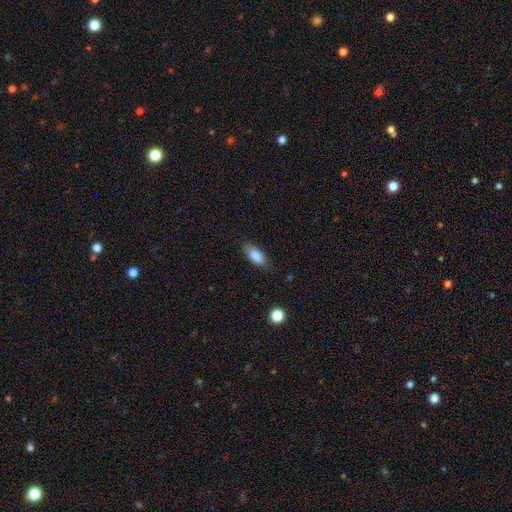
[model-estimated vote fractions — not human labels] This is clearly a smooth galaxy (83%). How rounded: clearly in between (83%). Merging: likely none (79%).